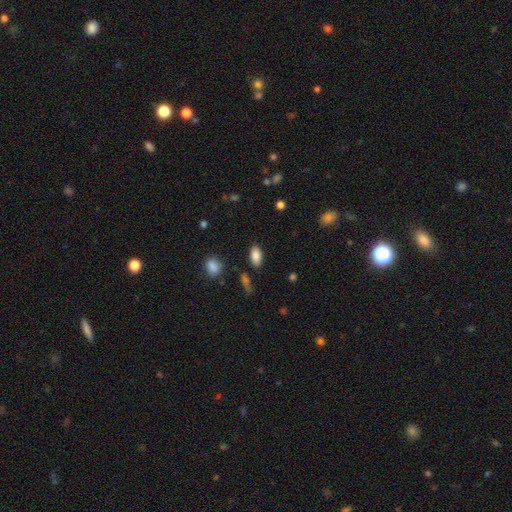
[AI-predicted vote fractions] Smooth or featured: smooth — 85% (star or artifact — 9%)
How rounded: in between — 92% (round — 4%)
Merging: none — 85% (minor disturbance — 10%)